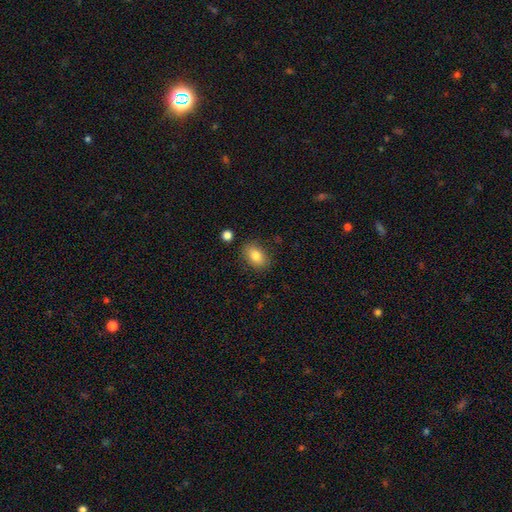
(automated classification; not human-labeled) The model was most divided on "how rounded": in between: 83%, round: 15%, cigar-shaped: 2%. More confident: smooth or featured — smooth (83%); merging — none (83%).